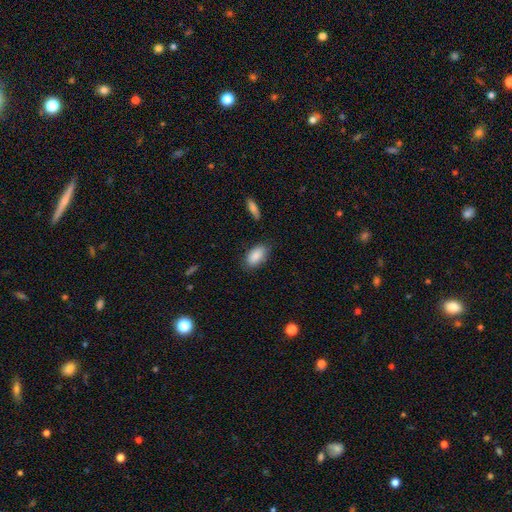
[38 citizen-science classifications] Smooth or featured? smooth (89%)
How rounded? in between (100%)
Merging? none (91%)